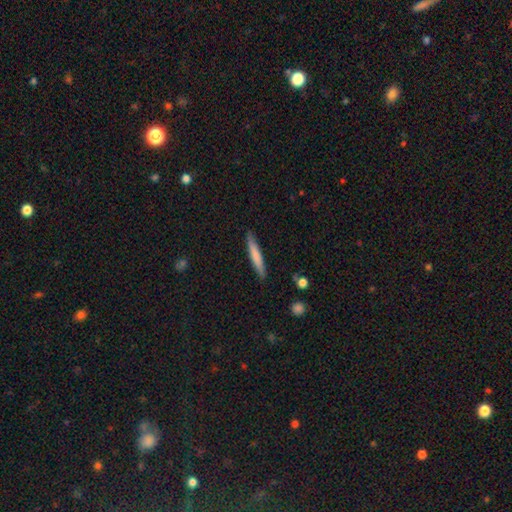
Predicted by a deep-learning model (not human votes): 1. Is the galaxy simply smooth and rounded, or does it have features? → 72% smooth, 23% featured or disk, 6% star or artifact.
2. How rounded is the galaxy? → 94% cigar-shaped, 4% in between, 1% round.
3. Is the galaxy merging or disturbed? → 89% none, 8% minor disturbance, 2% major disturbance, 1% merger.